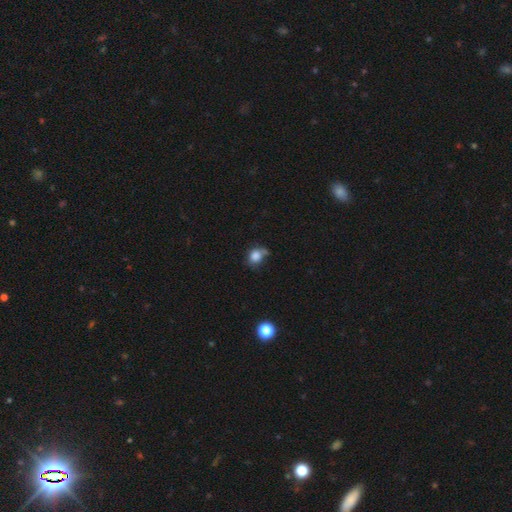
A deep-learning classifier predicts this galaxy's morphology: Q: Smooth or featured?
A: smooth (81%); runner-up: star or artifact (11%)
Q: How rounded?
A: round (65%); runner-up: in between (34%)
Q: Merging?
A: none (47%); runner-up: minor disturbance (30%)